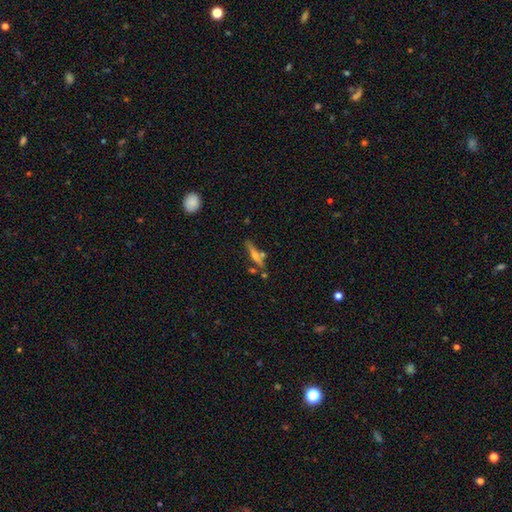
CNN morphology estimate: smooth 51%, featured or disk 40%, star or artifact 9%. Down the decision tree: how rounded — cigar-shaped (84%); merging — none (65%).